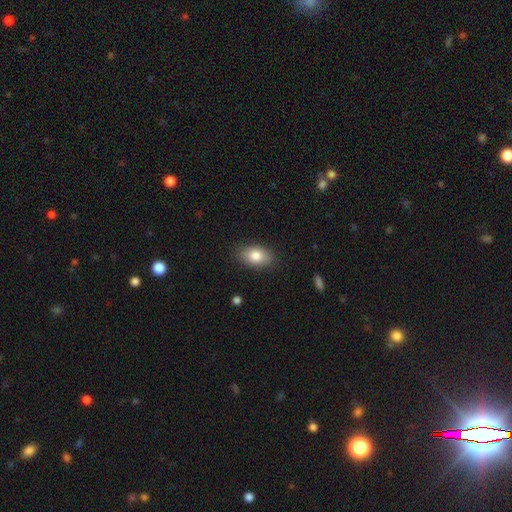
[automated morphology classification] smooth 82%, featured or disk 10%, star or artifact 7%. Down the decision tree: how rounded — in between (89%); merging — none (85%).